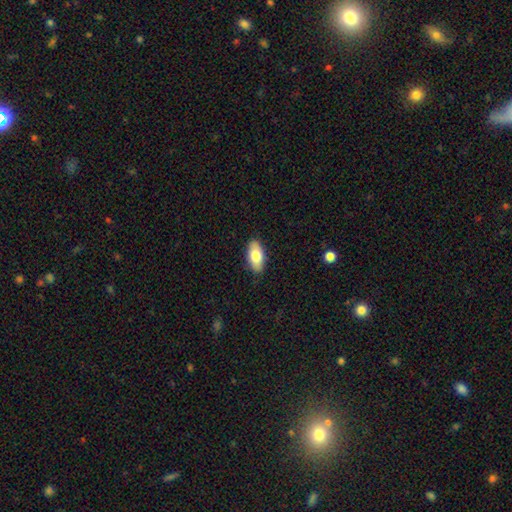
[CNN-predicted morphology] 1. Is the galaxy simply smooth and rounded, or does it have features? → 77% smooth, 17% featured or disk, 6% star or artifact.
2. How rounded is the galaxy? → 91% in between, 5% cigar-shaped, 3% round.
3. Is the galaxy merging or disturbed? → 86% none, 10% minor disturbance, 2% major disturbance, 1% merger.